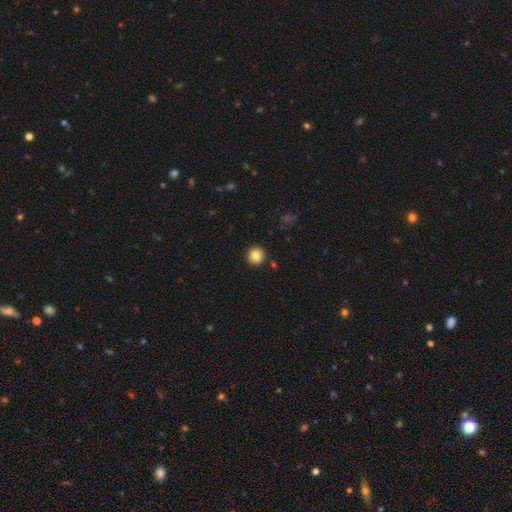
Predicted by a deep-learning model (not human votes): This appears to be a smooth galaxy with no disk features (83%) that is round (95%). Merging: none (92%).